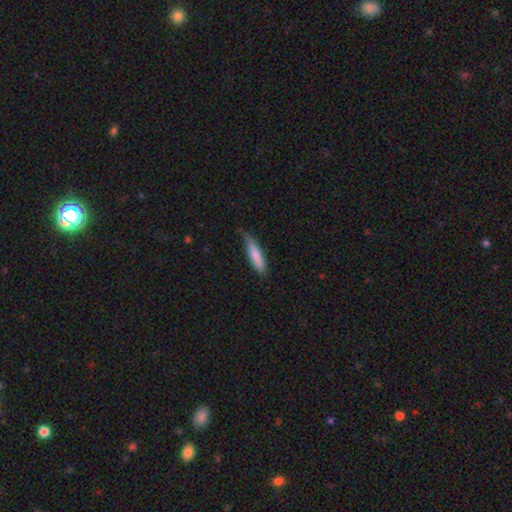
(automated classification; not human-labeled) smooth 81%, featured or disk 14%, star or artifact 5%. Down the decision tree: how rounded — cigar-shaped (78%); merging — none (68%).